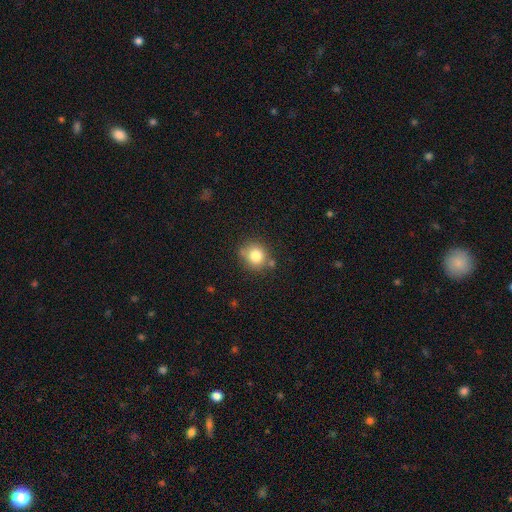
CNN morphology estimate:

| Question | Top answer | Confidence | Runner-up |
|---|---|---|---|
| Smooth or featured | smooth | 81% | star or artifact (11%) |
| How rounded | round | 84% | in between (15%) |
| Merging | none | 72% | minor disturbance (16%) |